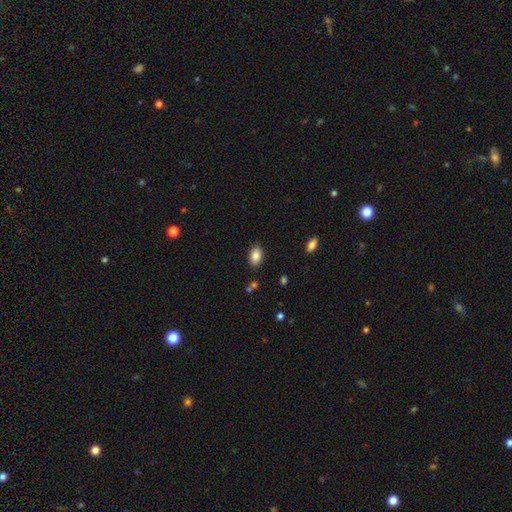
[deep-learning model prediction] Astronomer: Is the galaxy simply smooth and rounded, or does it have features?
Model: smooth — 85%.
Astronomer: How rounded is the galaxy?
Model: in between — 86%.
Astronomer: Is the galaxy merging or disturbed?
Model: none — 87%.